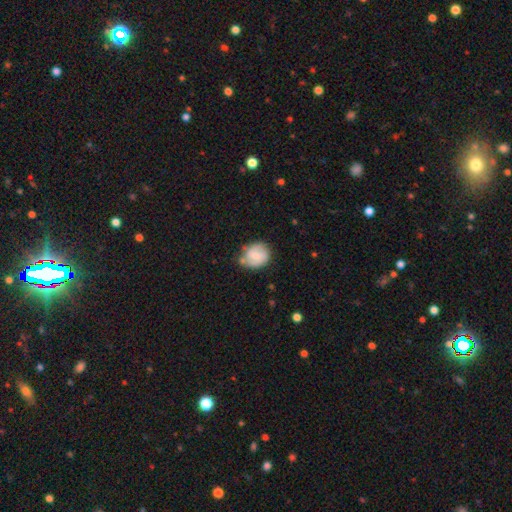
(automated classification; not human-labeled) smooth-or-featured: smooth: 51% | featured or disk: 42% | star or artifact: 7%
  how-rounded: round: 71% | in between: 28% | cigar-shaped: 1%
  merging: none: 63% | minor disturbance: 25% | major disturbance: 7% | merger: 6%